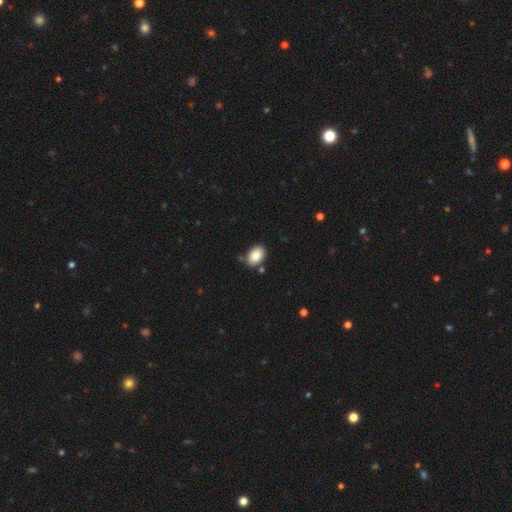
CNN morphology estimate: Smooth or featured?
  - smooth: 87% *
  - star or artifact: 8%
  - featured or disk: 6%
How rounded?
  - in between: 85% *
  - round: 14%
  - cigar-shaped: 1%
Merging?
  - none: 79% *
  - minor disturbance: 13%
  - merger: 5%
  - major disturbance: 3%